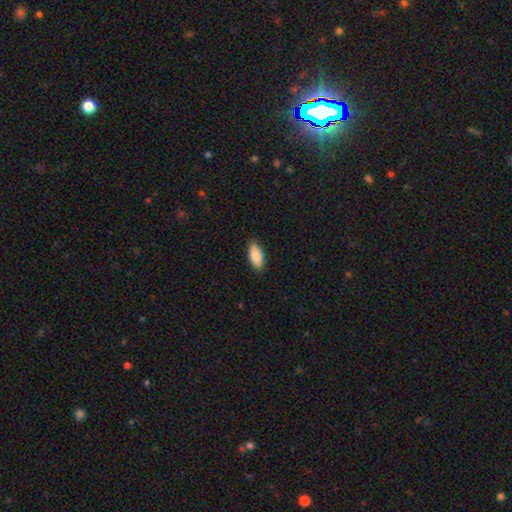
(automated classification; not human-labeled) This is clearly a smooth galaxy (84%). How rounded: clearly in between (86%). Merging: clearly none (88%).